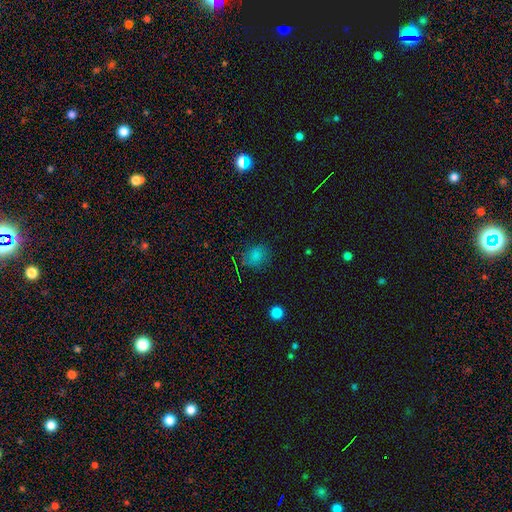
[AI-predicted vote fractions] Smooth or featured: smooth — 76% (star or artifact — 17%)
How rounded: round — 65% (in between — 34%)
Merging: none — 77% (minor disturbance — 16%)